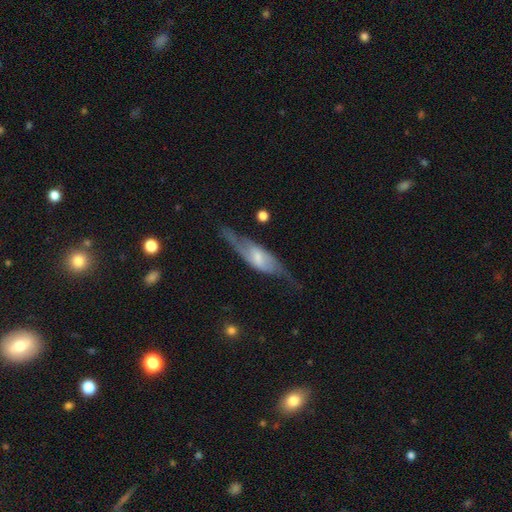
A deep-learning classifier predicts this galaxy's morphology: Smooth or featured: featured or disk — 74% (smooth — 19%)
Edge-on disk: no — 60% (yes — 40%)
Merging: none — 63% (minor disturbance — 21%)